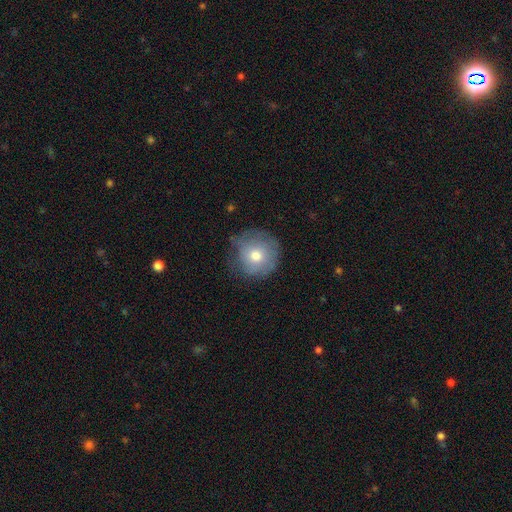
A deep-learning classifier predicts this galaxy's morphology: A smooth galaxy with no disk features (68%) that is round (94%). Merging: none (69%).